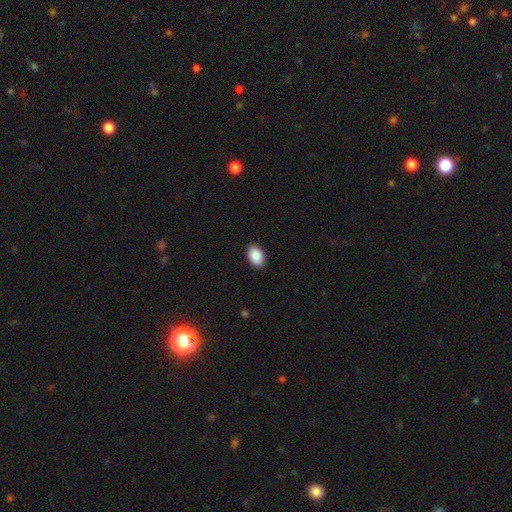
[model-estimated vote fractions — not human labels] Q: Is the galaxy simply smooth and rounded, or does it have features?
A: smooth — 90%.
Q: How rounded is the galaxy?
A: in between — 91%.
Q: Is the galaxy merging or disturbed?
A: none — 90%.